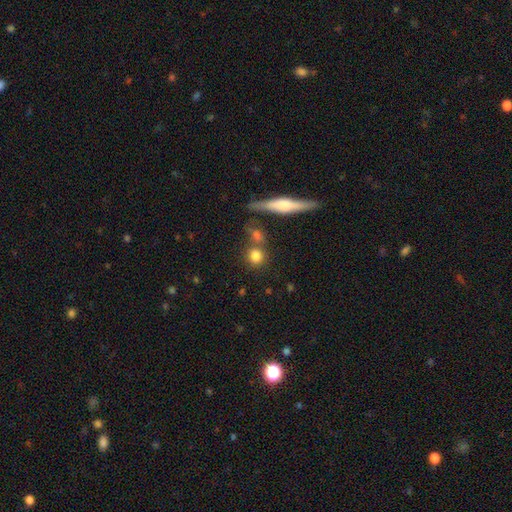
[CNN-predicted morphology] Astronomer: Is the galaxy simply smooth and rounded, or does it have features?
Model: smooth — 79%.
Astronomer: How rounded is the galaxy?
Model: round — 80%.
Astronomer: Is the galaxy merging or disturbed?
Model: none — 68%.